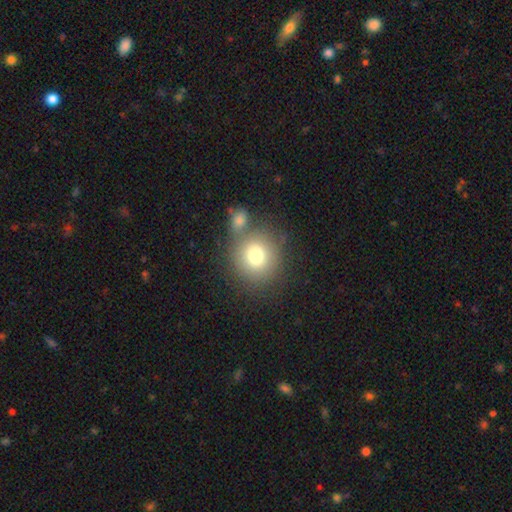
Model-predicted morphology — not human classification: This appears to be a smooth galaxy with no disk features (77%) that is round (85%). Merging: none (60%).